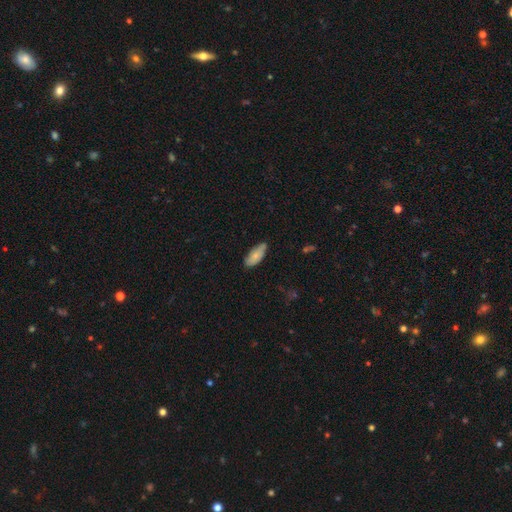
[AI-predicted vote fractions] Smooth or featured? Predicted: smooth (p=0.75). How rounded? Predicted: in between (p=0.82). Merging? Predicted: none (p=0.70).